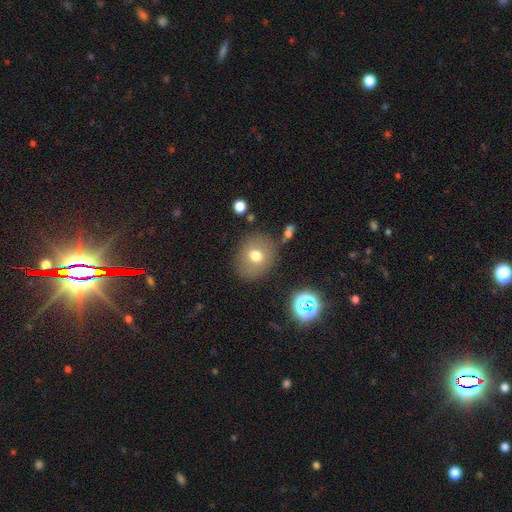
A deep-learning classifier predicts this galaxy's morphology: A smooth galaxy with no disk features (70%) that is round (66%).

Vote fractions:
- Smooth or featured? smooth: 70% / featured or disk: 18% / star or artifact: 12%
- How rounded? round: 66% / in between: 33% / cigar-shaped: 1%
- Merging? none: 79% / minor disturbance: 12% / major disturbance: 5% / merger: 4%